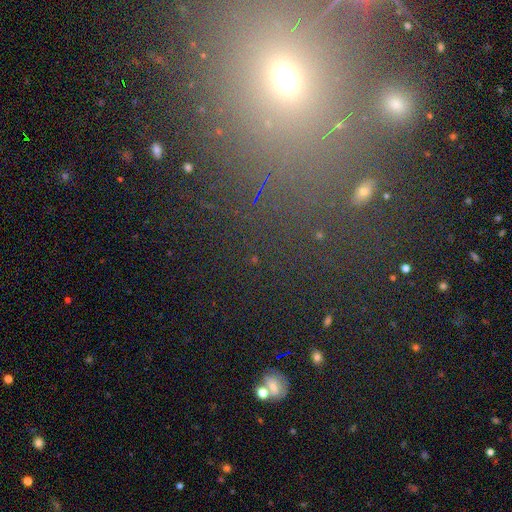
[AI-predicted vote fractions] smooth_or_featured: star or artifact (p=0.53) [alt: smooth p=0.36]